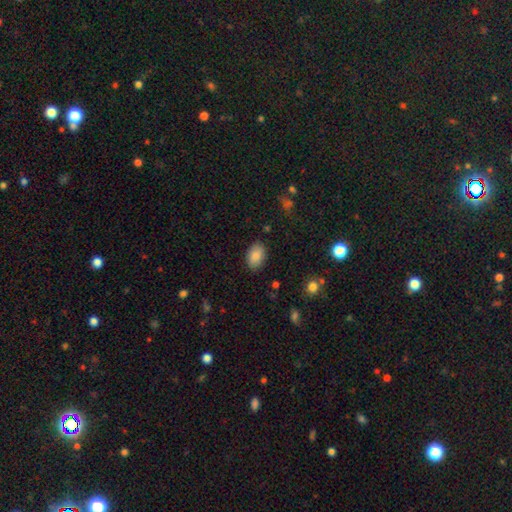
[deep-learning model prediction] Smooth or featured? Predicted: smooth (p=0.88). How rounded? Predicted: in between (p=0.89). Merging? Predicted: none (p=0.86).